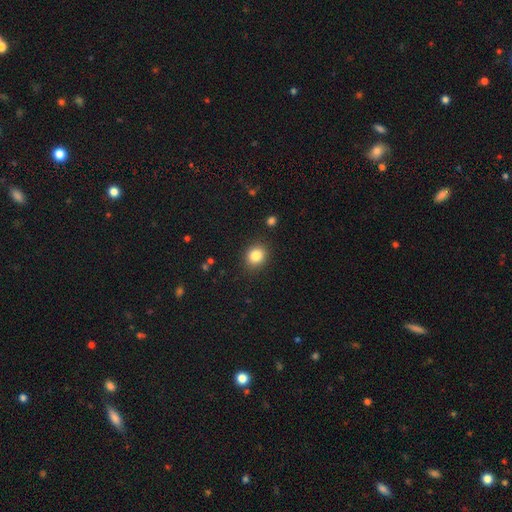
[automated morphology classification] Smooth or featured? Predicted: smooth (p=0.84). How rounded? Predicted: round (p=0.71). Merging? Predicted: none (p=0.88).